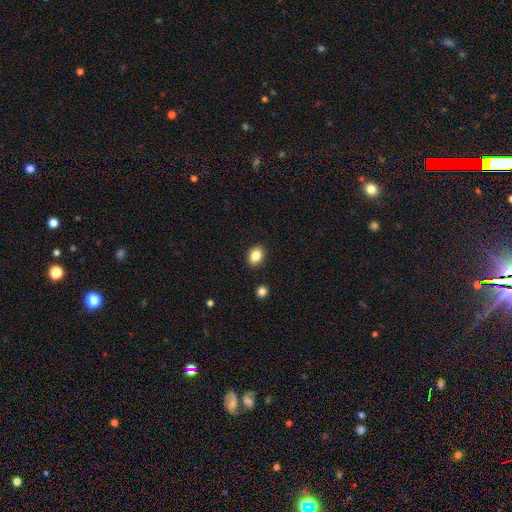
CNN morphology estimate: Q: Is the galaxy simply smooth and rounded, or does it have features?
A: smooth — 85%.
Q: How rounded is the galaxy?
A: in between — 63%.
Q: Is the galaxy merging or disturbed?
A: none — 89%.